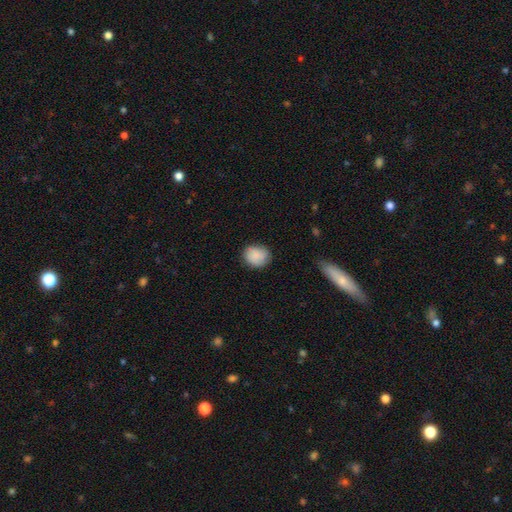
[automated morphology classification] Overall: smooth (85%). How rounded: round (64%; in between 35%). Merging: none (79%).